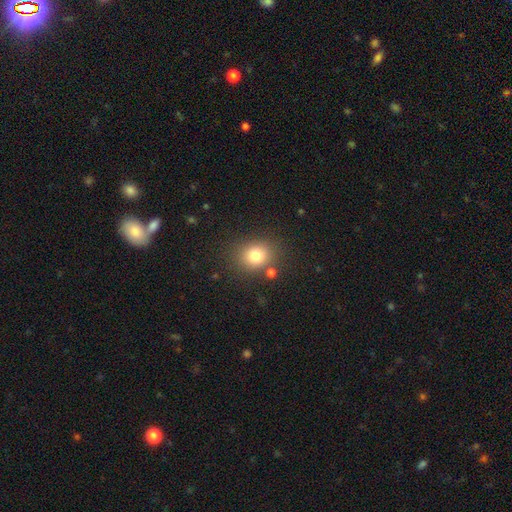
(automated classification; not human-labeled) smooth_or_featured: smooth (p=0.78) [alt: star or artifact p=0.13]
how_rounded: round (p=0.74) [alt: in between p=0.26]
merging: none (p=0.79) [alt: minor disturbance p=0.10]